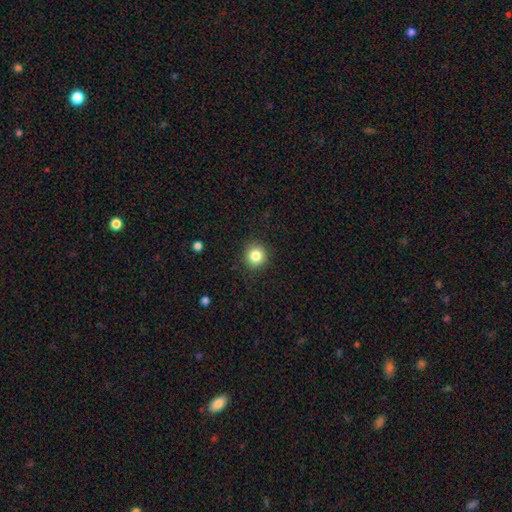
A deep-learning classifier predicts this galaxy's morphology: A smooth galaxy with no disk features (84%) that is round (92%).

Vote fractions:
- Smooth or featured? smooth: 84% / star or artifact: 11% / featured or disk: 6%
- How rounded? round: 92% / in between: 7% / cigar-shaped: 1%
- Merging? none: 90% / minor disturbance: 7% / major disturbance: 2% / merger: 1%